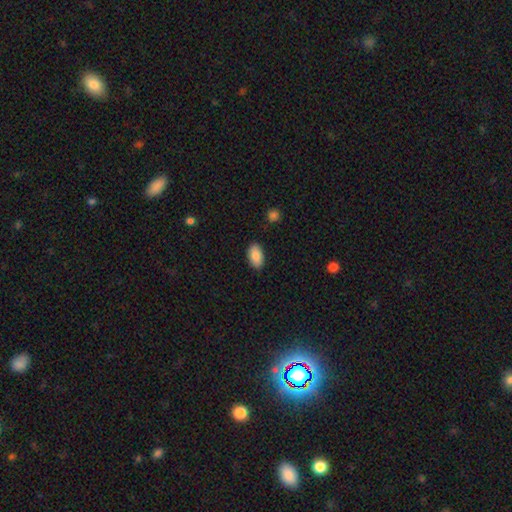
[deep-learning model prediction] A smooth galaxy with no disk features (89%) that is in between round and cigar-shaped (94%).

Vote fractions:
- Smooth or featured? smooth: 89% / star or artifact: 7% / featured or disk: 5%
- How rounded? in between: 94% / round: 4% / cigar-shaped: 2%
- Merging? none: 87% / minor disturbance: 9% / major disturbance: 2% / merger: 1%